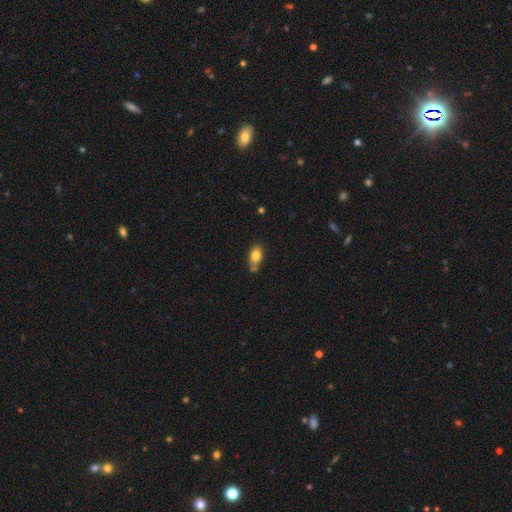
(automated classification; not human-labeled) Smooth or featured?
  - smooth: 80% *
  - featured or disk: 12%
  - star or artifact: 8%
How rounded?
  - in between: 84% *
  - round: 12%
  - cigar-shaped: 4%
Merging?
  - none: 55% *
  - minor disturbance: 22%
  - merger: 18%
  - major disturbance: 5%